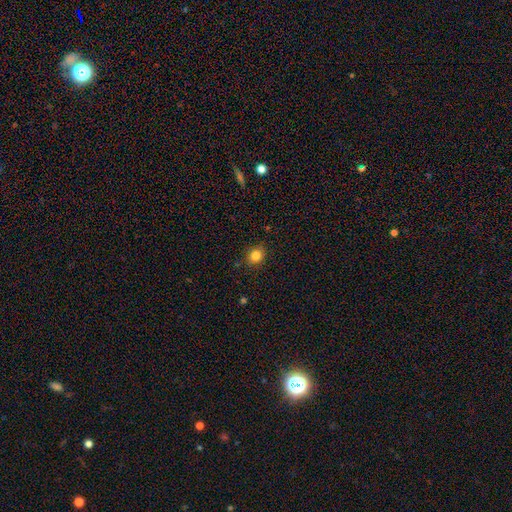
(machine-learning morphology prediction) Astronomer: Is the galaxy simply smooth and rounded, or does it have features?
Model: smooth — 83%.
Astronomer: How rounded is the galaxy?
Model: round — 70%.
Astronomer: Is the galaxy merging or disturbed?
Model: none — 87%.